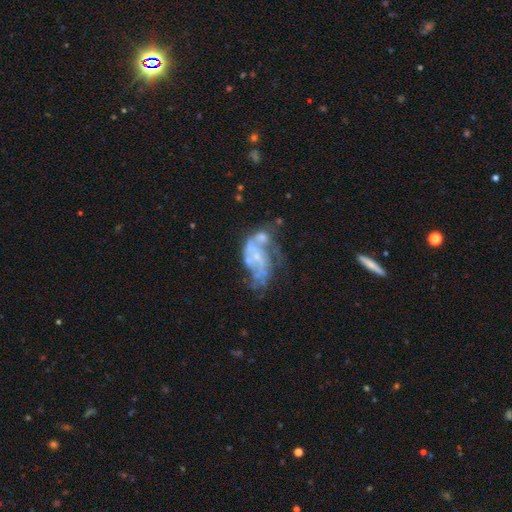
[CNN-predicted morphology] featured or disk 72%, smooth 17%, star or artifact 11%. Down the decision tree: edge-on disk — no (97%); bar — no (75%); spiral arms — no (53%); bulge size — small (46%); merging — major disturbance (32%).